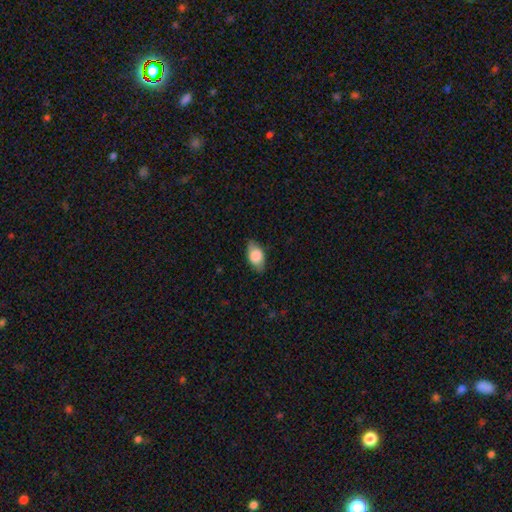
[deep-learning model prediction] A smooth galaxy with no disk features (77%) that is in between round and cigar-shaped (91%). Merging: none (79%).